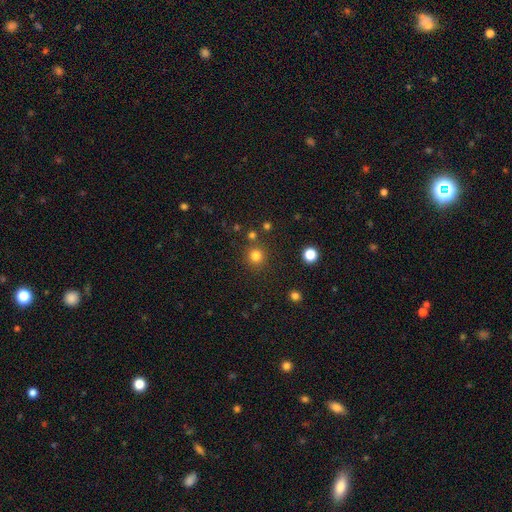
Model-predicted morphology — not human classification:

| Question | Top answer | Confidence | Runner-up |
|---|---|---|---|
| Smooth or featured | smooth | 80% | star or artifact (15%) |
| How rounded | round | 93% | in between (6%) |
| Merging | none | 85% | minor disturbance (7%) |